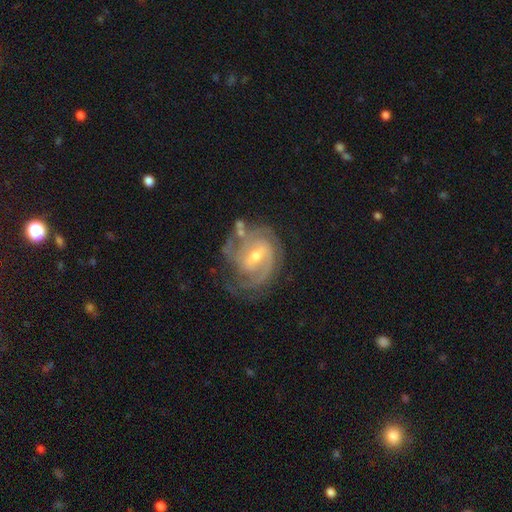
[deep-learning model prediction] This appears to be a featured or disk galaxy (90%) with a weak bar (56%), 2 (34%) tight (57%) spiral arms (97%) and a moderate central bulge (54%). Merging: none (63%).